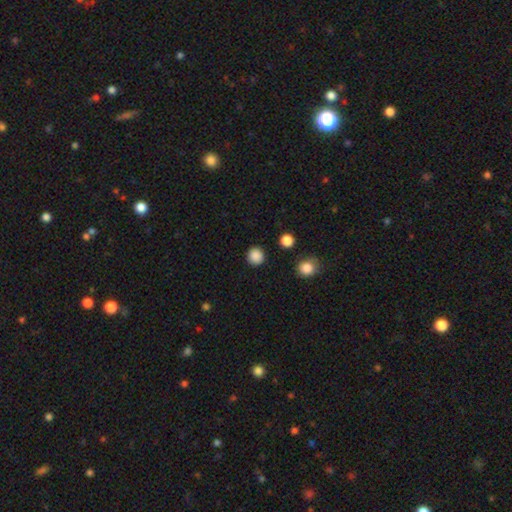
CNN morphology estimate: A smooth galaxy with no disk features (87%) that is round (93%).

Vote fractions:
- Smooth or featured? smooth: 87% / star or artifact: 10% / featured or disk: 3%
- How rounded? round: 93% / in between: 6% / cigar-shaped: 1%
- Merging? none: 91% / minor disturbance: 5% / major disturbance: 2% / merger: 2%